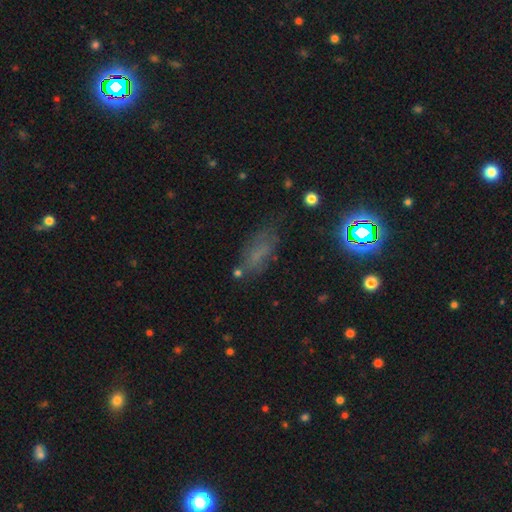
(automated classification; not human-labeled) This is possibly a smooth galaxy (49%). Merging: likely none (60%).